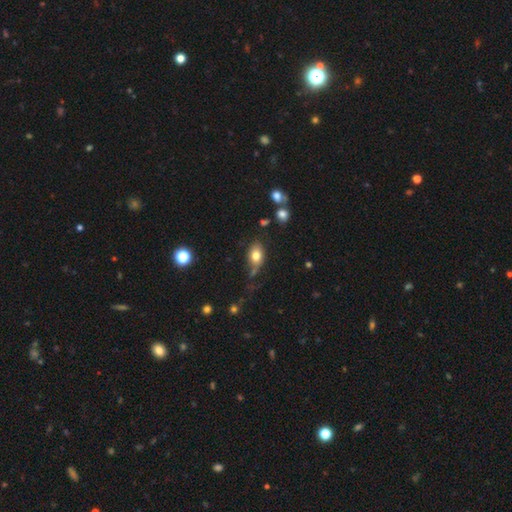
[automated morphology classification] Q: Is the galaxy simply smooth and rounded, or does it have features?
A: smooth — 78%.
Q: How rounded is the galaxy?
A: in between — 81%.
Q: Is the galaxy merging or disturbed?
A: none — 58%.